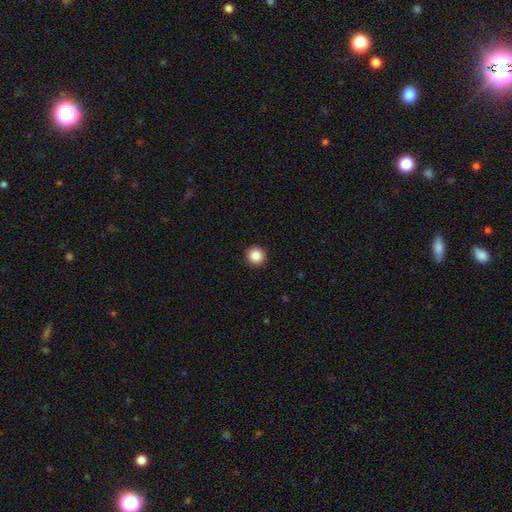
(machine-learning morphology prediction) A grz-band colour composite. It shows a smooth galaxy with no disk features (87%) that is round (96%). Merging: none (93%).